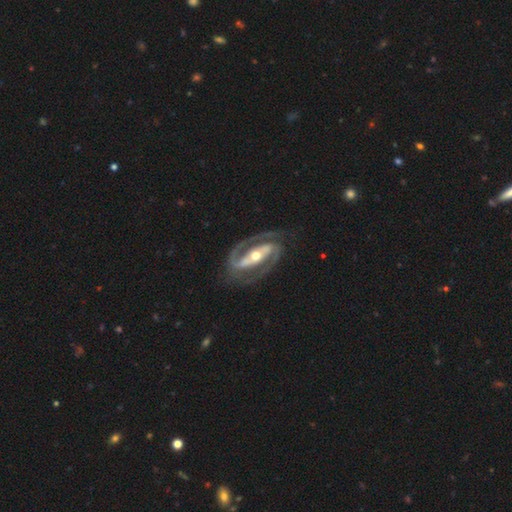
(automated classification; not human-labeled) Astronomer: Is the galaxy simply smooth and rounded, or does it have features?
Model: featured or disk — 93%.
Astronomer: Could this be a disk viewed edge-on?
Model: no — 96%.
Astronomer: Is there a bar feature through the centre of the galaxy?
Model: strong — 67%.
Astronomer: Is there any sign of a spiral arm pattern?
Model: yes — 97%.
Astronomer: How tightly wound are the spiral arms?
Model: medium — 51% (runner-up: tight, 39%).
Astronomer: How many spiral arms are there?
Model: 2 — 94%.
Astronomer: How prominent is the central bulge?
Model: moderate — 68%.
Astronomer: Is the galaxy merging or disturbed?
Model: none — 81%.